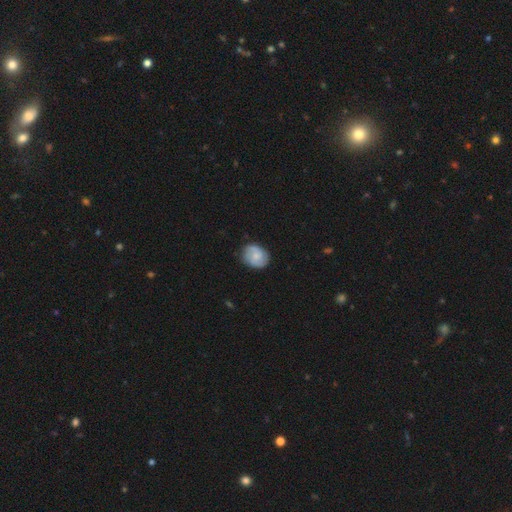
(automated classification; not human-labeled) Smooth or featured?
  - featured or disk: 52% *
  - smooth: 41%
  - star or artifact: 7%
Edge-on disk?
  - no: 98% *
  - yes: 2%
Bar?
  - no: 64% *
  - weak: 32%
  - strong: 4%
Spiral arms?
  - yes: 88% *
  - no: 12%
Bulge size?
  - small: 52% *
  - moderate: 33%
  - none: 12%
  - large: 2%
  - dominant: 1%
Merging?
  - none: 79% *
  - minor disturbance: 16%
  - major disturbance: 4%
  - merger: 1%